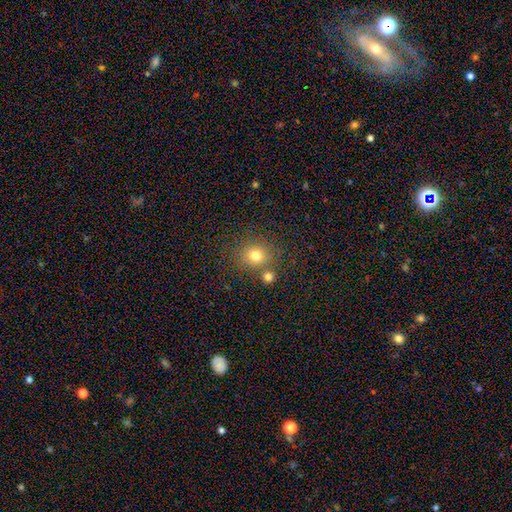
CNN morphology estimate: Smooth or featured? Predicted: smooth (p=0.77). How rounded? Predicted: round (p=0.81). Merging? Predicted: none (p=0.71).